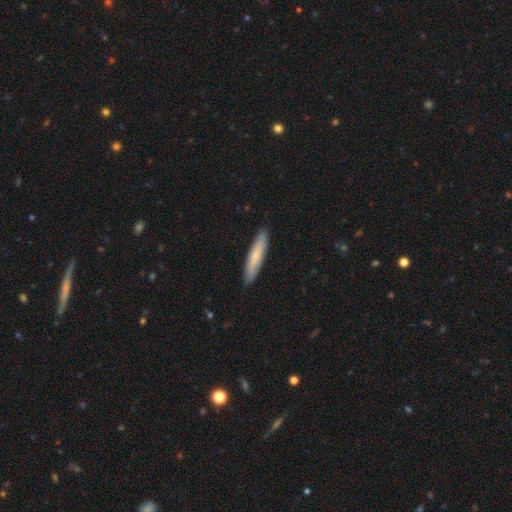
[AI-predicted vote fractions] Smooth or featured?
  - smooth: 75% *
  - featured or disk: 20%
  - star or artifact: 5%
How rounded?
  - cigar-shaped: 91% *
  - in between: 8%
  - round: 1%
Merging?
  - none: 90% *
  - minor disturbance: 8%
  - major disturbance: 1%
  - merger: 1%